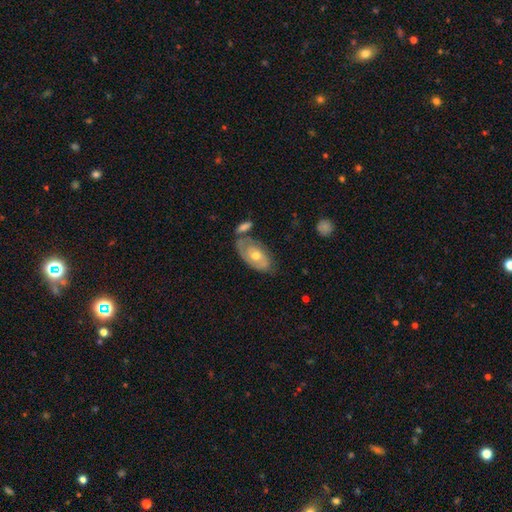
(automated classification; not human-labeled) This is possibly a featured or disk galaxy (57%). It is clearly not viewed edge-on (91%). Bar: clearly no (82%). Spiral arm pattern: likely yes (64%). Central bulge: likely moderate (68%). Merging: possibly none (51%).